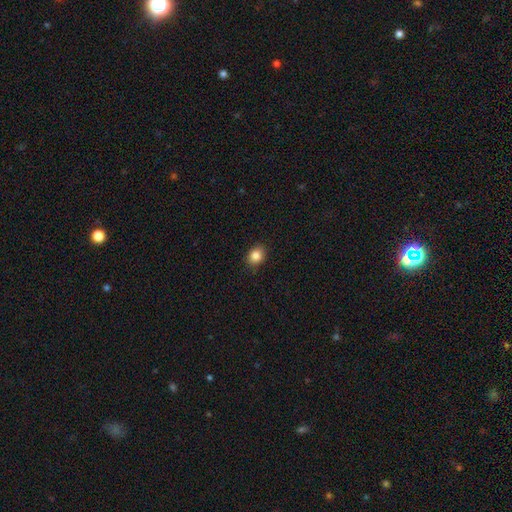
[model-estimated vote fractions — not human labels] A smooth galaxy with no disk features (85%) that is round (51%). Merging: none (87%).